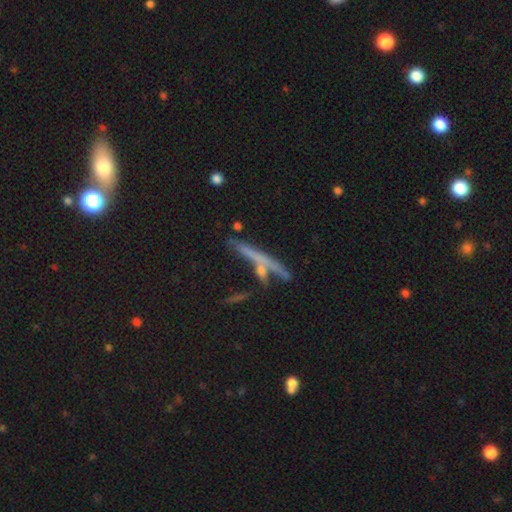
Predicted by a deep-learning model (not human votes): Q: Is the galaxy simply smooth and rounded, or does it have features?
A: featured or disk — 51%.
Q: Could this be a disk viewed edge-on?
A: yes — 87%.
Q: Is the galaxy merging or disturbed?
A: none — 59%.